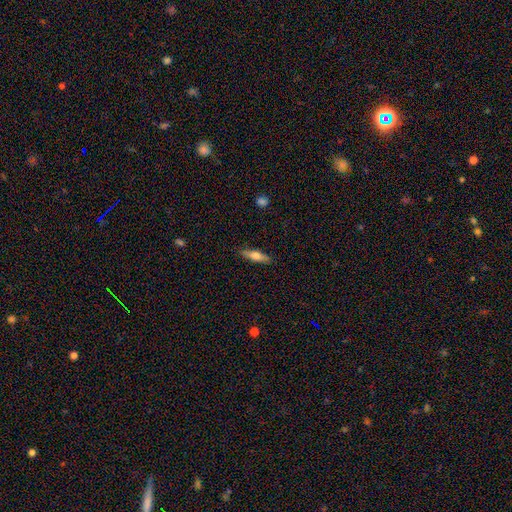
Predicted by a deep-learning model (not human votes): A smooth galaxy with no disk features (59%) that is cigar-shaped (68%). Merging: none (88%).